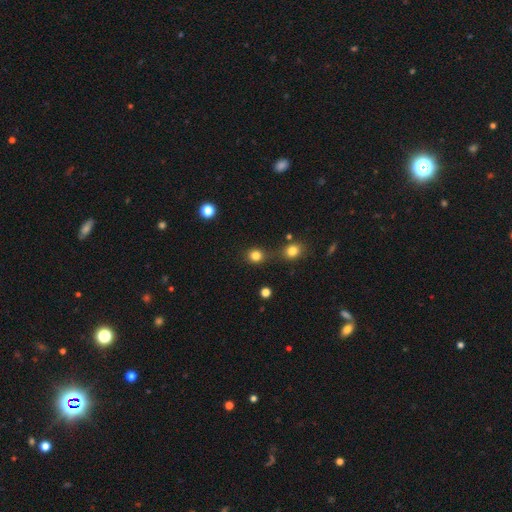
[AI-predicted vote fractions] The model was most divided on "merging": none: 72%, merger: 14%, minor disturbance: 10%, major disturbance: 4%. More confident: how rounded — round (87%); smooth or featured — smooth (82%).